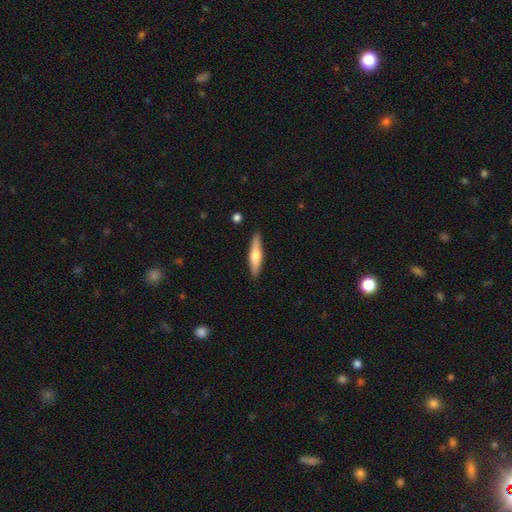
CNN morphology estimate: A smooth galaxy with no disk features (50%).

Vote fractions:
- Smooth or featured? smooth: 50% / featured or disk: 45% / star or artifact: 5%
- Merging? none: 88% / minor disturbance: 8% / major disturbance: 2% / merger: 2%